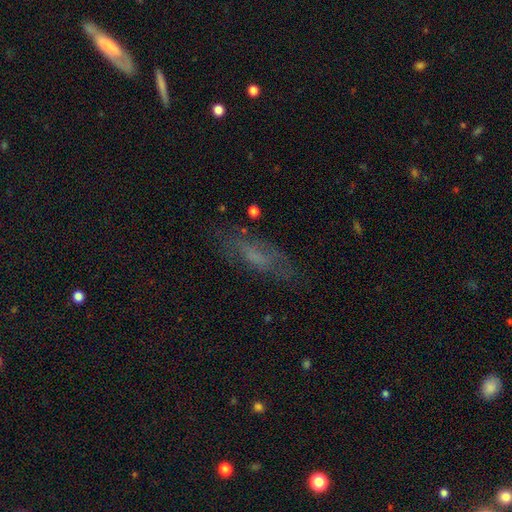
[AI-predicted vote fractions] A smooth galaxy with no disk features (45%). Merging: none (70%).